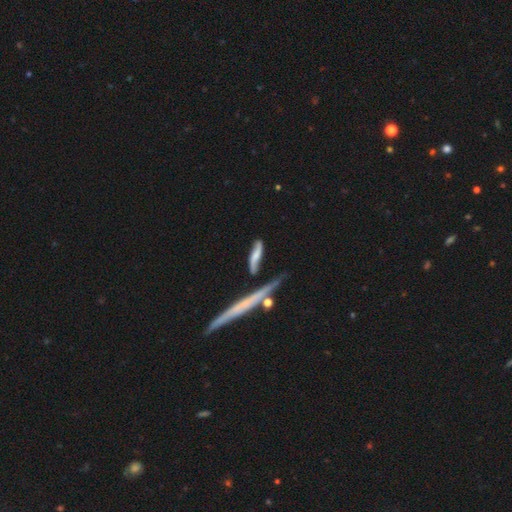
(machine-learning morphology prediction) Smooth or featured? Predicted: featured or disk (p=0.56). Edge-on disk? Predicted: no (p=0.67). Merging? Predicted: none (p=0.51).